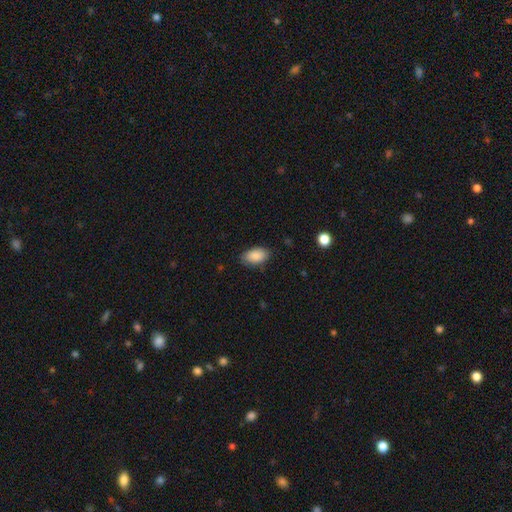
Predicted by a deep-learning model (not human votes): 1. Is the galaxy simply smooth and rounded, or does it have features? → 88% smooth, 7% star or artifact, 5% featured or disk.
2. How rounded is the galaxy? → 93% in between, 5% round, 2% cigar-shaped.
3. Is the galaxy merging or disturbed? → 82% none, 14% minor disturbance, 3% major disturbance, 1% merger.